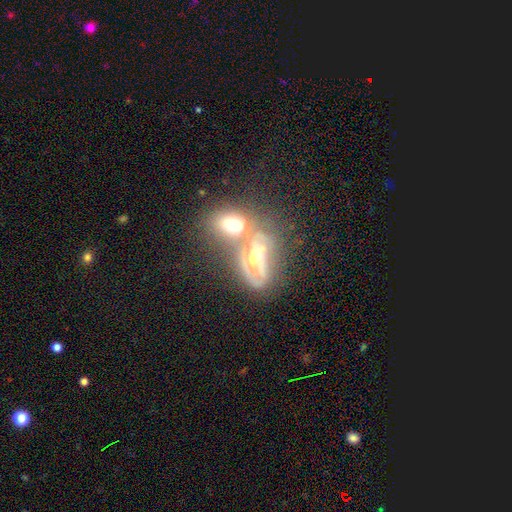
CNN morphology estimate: smooth-or-featured: featured or disk: 60% | smooth: 27% | star or artifact: 13%
  disk-edge-on: no: 91% | yes: 9%
    bar: no: 66% | weak: 22% | strong: 12%
    has-spiral-arms: yes: 52% | no: 48%
    bulge-size: moderate: 63% | small: 26% | large: 7% | none: 3% | dominant: 2%
  merging: merger: 59% | none: 21% | minor disturbance: 10% | major disturbance: 9%